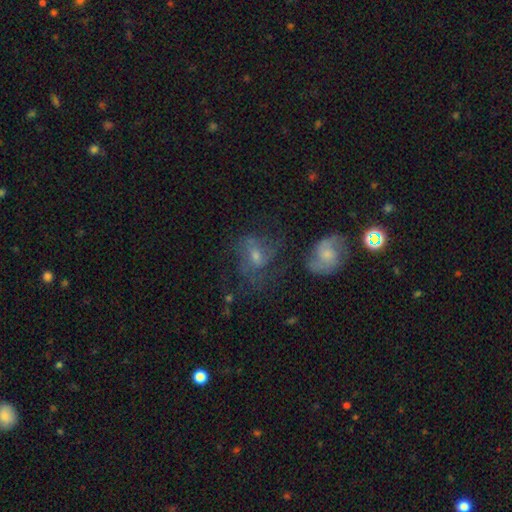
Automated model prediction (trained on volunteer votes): Q: Smooth or featured?
A: featured or disk (57%); runner-up: smooth (25%)
Q: Edge-on disk?
A: no (96%); runner-up: yes (4%)
Q: Bar?
A: weak (45%); runner-up: no (44%)
Q: Spiral arms?
A: yes (80%); runner-up: no (20%)
Q: Bulge size?
A: moderate (47%); runner-up: small (42%)
Q: Merging?
A: none (53%); runner-up: minor disturbance (19%)